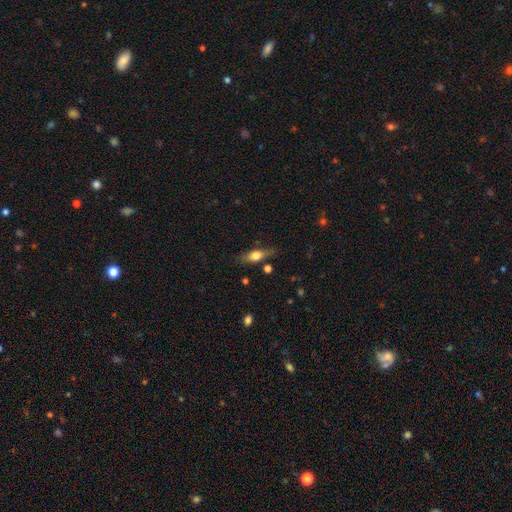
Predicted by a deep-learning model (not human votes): Smooth or featured? Predicted: smooth (p=0.57). How rounded? Predicted: in between (p=0.59). Merging? Predicted: none (p=0.74).